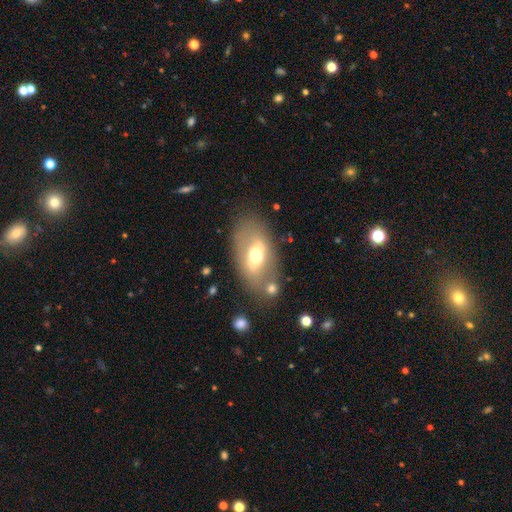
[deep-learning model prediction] This is possibly a featured or disk galaxy (49%). Merging: likely none (67%).